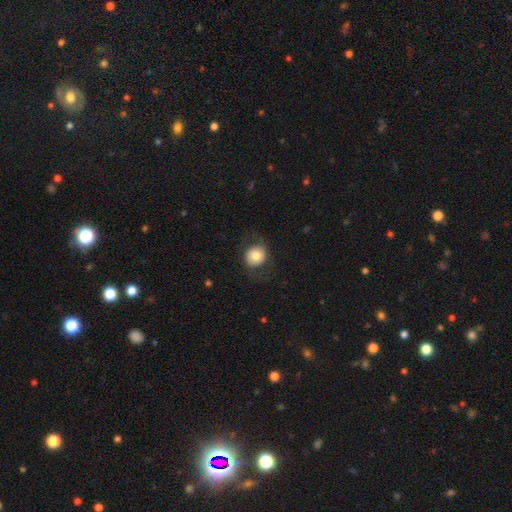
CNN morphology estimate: Smooth or featured? Predicted: smooth (p=0.67). How rounded? Predicted: round (p=0.79). Merging? Predicted: none (p=0.74).